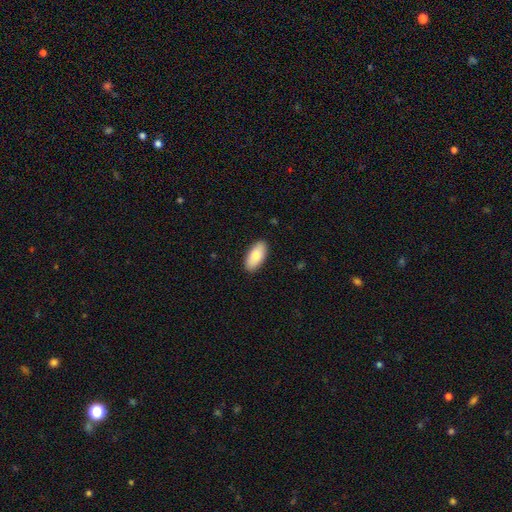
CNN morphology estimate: Q: Smooth or featured?
A: smooth (84%); runner-up: featured or disk (11%)
Q: How rounded?
A: in between (91%); runner-up: cigar-shaped (7%)
Q: Merging?
A: none (89%); runner-up: minor disturbance (8%)